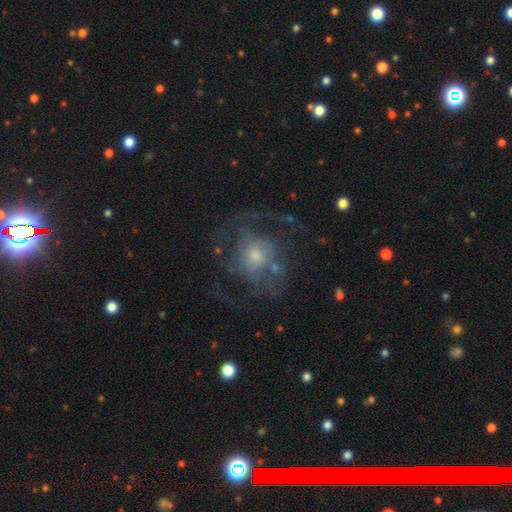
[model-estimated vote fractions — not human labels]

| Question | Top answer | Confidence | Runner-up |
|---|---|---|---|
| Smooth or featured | featured or disk | 64% | smooth (25%) |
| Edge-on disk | no | 97% | yes (3%) |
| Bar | no | 75% | weak (20%) |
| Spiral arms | yes | 56% | no (44%) |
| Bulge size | small | 46% | moderate (44%) |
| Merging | none | 44% | major disturbance (36%) |